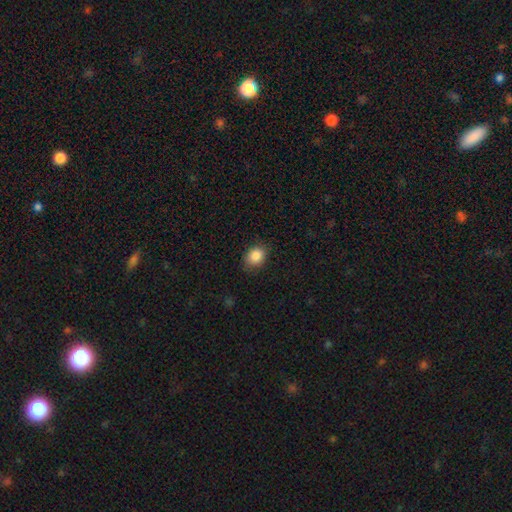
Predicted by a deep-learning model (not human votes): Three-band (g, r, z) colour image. It shows a smooth galaxy with no disk features (85%) that is round (52%). Merging: none (82%).